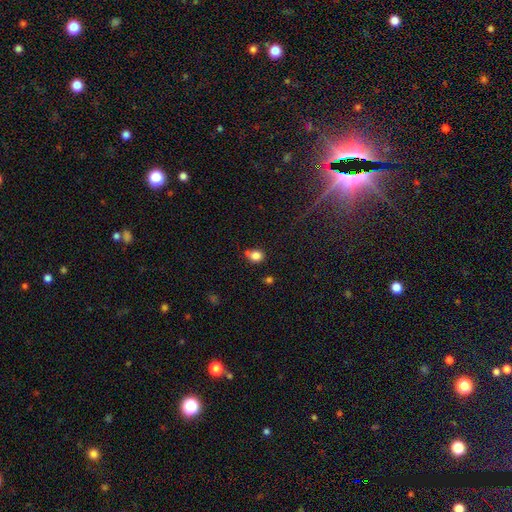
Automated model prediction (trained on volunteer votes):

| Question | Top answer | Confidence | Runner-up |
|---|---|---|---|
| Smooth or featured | smooth | 82% | star or artifact (12%) |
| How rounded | round | 63% | in between (35%) |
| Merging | none | 54% | minor disturbance (26%) |